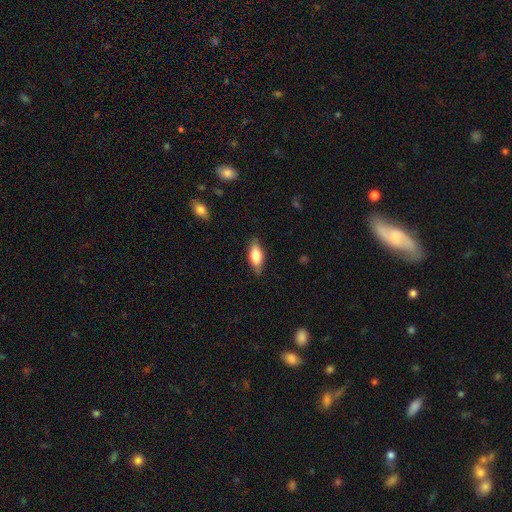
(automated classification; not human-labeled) smooth_or_featured: smooth (p=0.74) [alt: featured or disk p=0.20]
how_rounded: in between (p=0.81) [alt: cigar-shaped p=0.16]
merging: none (p=0.82) [alt: minor disturbance p=0.14]